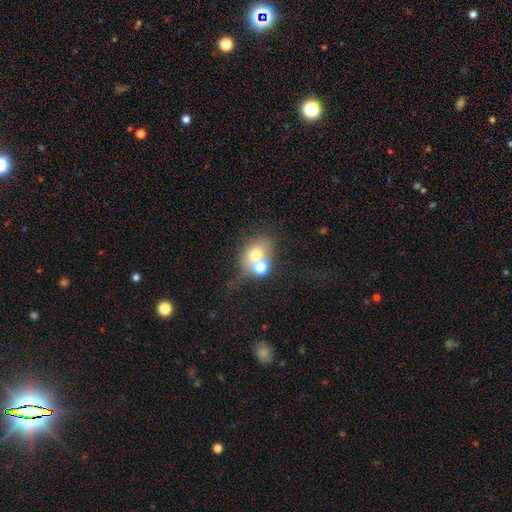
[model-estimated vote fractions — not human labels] Q: Smooth or featured?
A: smooth (64%); runner-up: featured or disk (22%)
Q: How rounded?
A: round (54%); runner-up: in between (45%)
Q: Merging?
A: merger (47%); runner-up: none (35%)